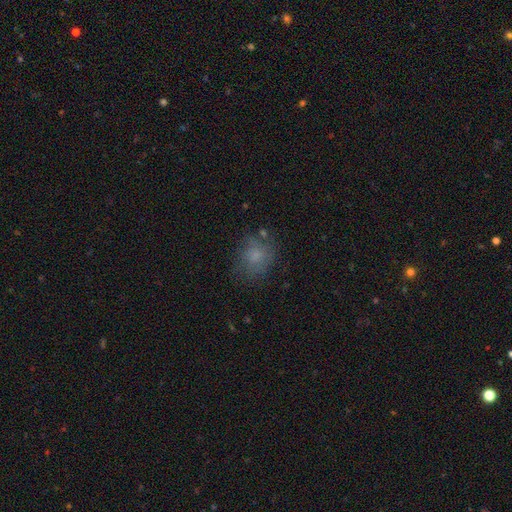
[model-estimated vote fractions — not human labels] Smooth or featured: smooth — 69% (featured or disk — 17%)
How rounded: round — 65% (in between — 34%)
Merging: none — 65% (minor disturbance — 21%)